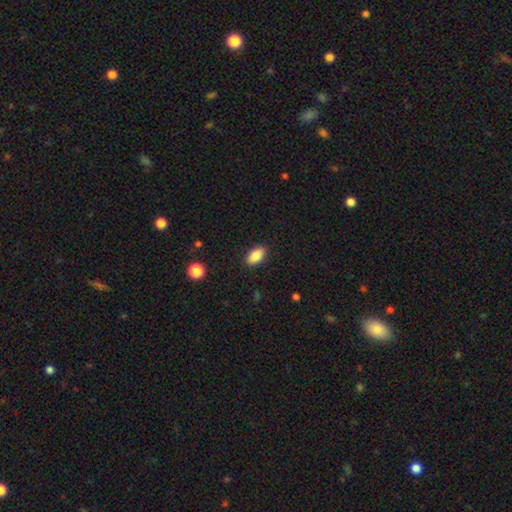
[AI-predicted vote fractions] Smooth or featured: smooth — 87% (star or artifact — 8%)
How rounded: in between — 92% (round — 5%)
Merging: none — 89% (minor disturbance — 8%)